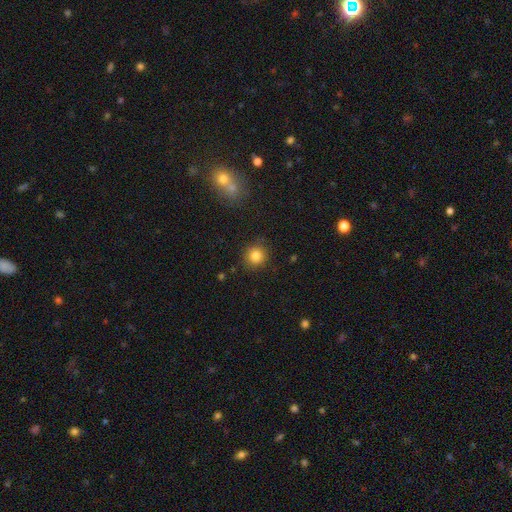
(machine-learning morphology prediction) A smooth galaxy with no disk features (83%) that is round (91%). Merging: none (87%).